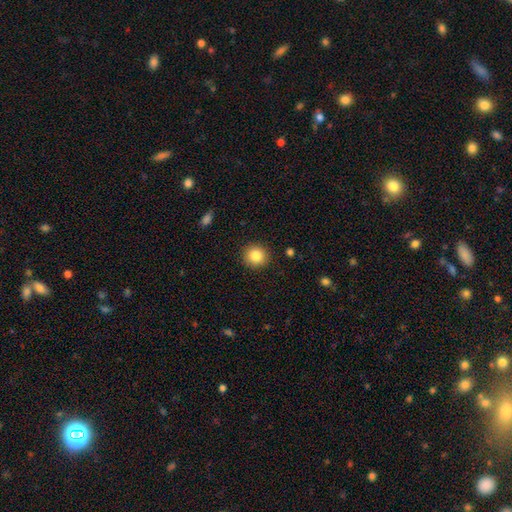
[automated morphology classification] Overall: smooth (85%). How rounded: round (90%). Merging: none (91%).